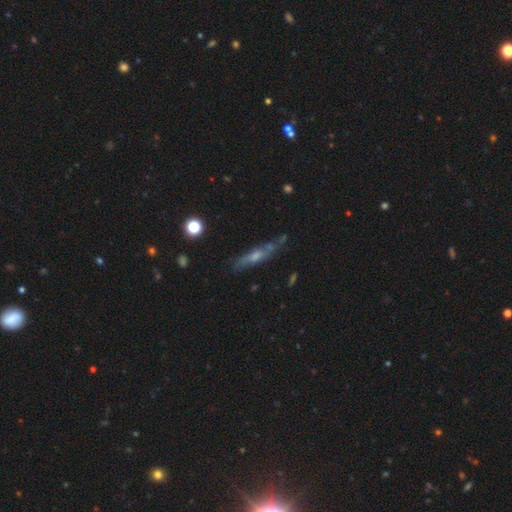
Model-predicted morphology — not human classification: smooth_or_featured: featured or disk (p=0.58) [alt: smooth p=0.29]
disk_edge_on: yes (p=0.78) [alt: no p=0.22]
merging: none (p=0.69) [alt: minor disturbance p=0.19]